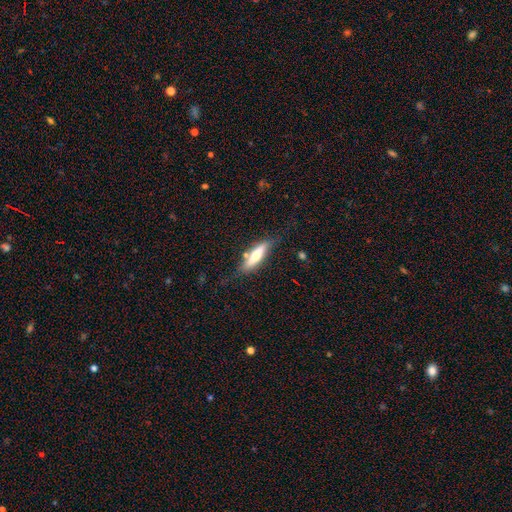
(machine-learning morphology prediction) This is possibly a smooth galaxy (55%). How rounded: likely cigar-shaped (70%). Merging: likely none (68%).